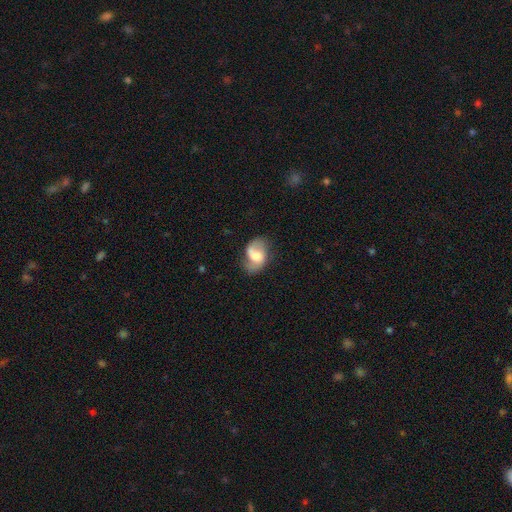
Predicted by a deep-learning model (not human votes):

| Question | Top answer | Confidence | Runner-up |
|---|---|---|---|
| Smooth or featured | featured or disk | 57% | smooth (35%) |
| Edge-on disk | no | 97% | yes (3%) |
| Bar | no | 45% | weak (42%) |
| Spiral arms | yes | 83% | no (17%) |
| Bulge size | moderate | 50% | large (26%) |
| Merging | none | 52% | minor disturbance (27%) |